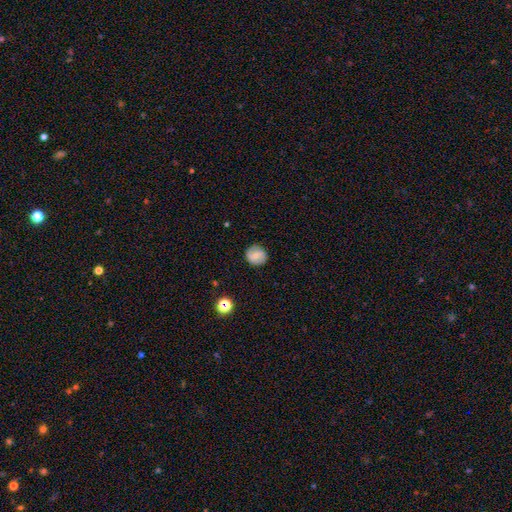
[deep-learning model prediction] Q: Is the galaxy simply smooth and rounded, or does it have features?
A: smooth — 63%.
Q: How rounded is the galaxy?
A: round — 88%.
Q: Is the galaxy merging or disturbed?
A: none — 85%.